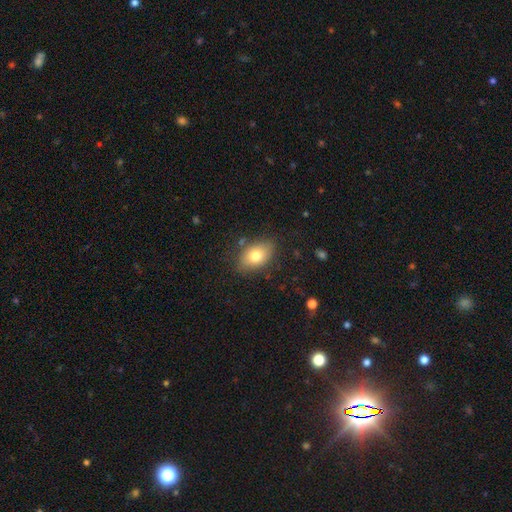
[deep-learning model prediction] The model was most divided on "smooth or featured": smooth: 76%, featured or disk: 15%, star or artifact: 9%. More confident: how rounded — in between (85%); merging — none (82%).